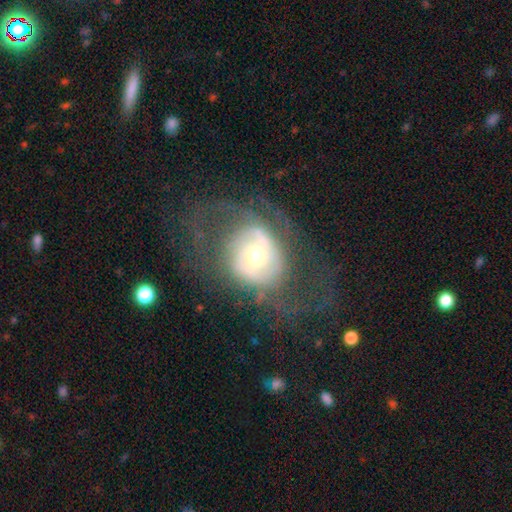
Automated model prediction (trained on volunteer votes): Smooth or featured? featured or disk (70%)
Edge-on disk? no (96%)
Bar? no (65%)
Spiral arms? yes (67%)
Bulge size? moderate (54%)
Merging? none (53%)